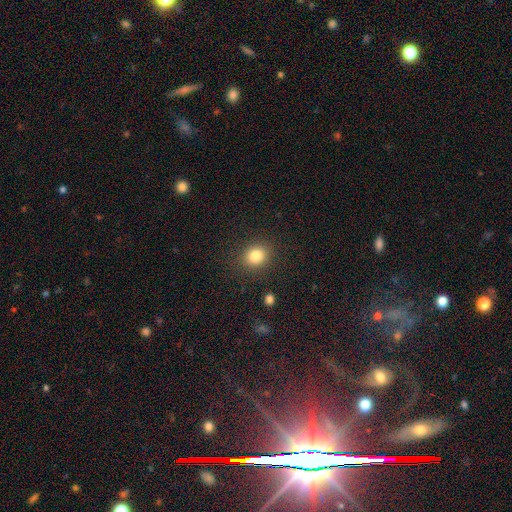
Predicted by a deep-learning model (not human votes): smooth_or_featured: smooth (p=0.83) [alt: star or artifact p=0.11]
how_rounded: round (p=0.74) [alt: in between p=0.25]
merging: none (p=0.88) [alt: minor disturbance p=0.08]